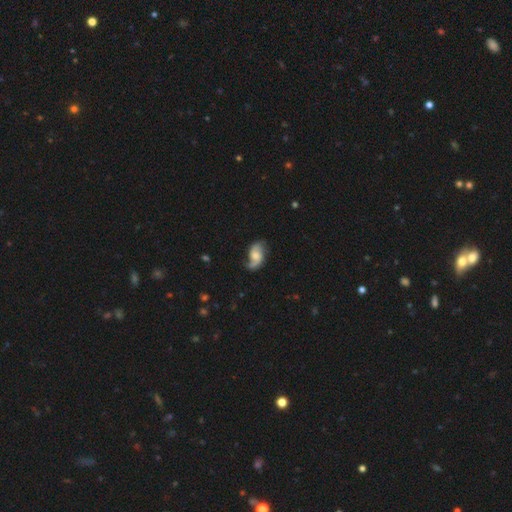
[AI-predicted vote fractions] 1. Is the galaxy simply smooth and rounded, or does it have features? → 74% featured or disk, 20% smooth, 7% star or artifact.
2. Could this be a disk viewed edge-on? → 97% no, 3% yes.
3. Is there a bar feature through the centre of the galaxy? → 57% no, 36% weak, 7% strong.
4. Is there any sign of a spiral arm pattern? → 94% yes, 6% no.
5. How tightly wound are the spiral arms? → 54% loose, 35% medium, 11% tight.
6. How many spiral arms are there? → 83% 2, 10% 1, 4% can't tell, 1% 3, 1% 4, 1% more than 4.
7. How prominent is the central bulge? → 41% moderate, 32% small, 14% none, 11% large, 2% dominant.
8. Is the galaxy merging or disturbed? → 61% none, 24% minor disturbance, 13% major disturbance, 2% merger.